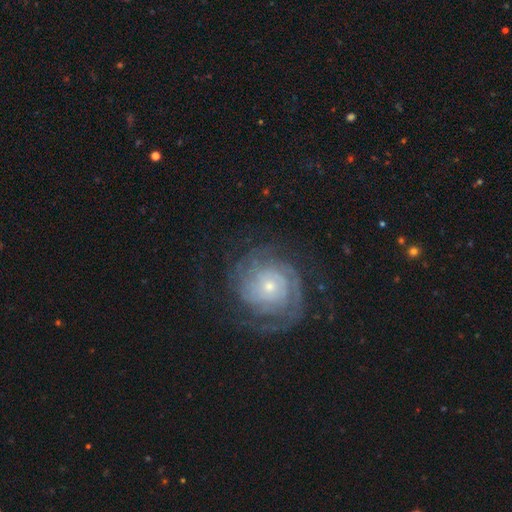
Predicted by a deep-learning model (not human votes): Smooth or featured? featured or disk (77%)
Edge-on disk? no (97%)
Bar? no (76%)
Spiral arms? yes (97%)
Spiral winding? tight (75%)
Spiral arm count? can't tell (28%)
Bulge size? small (62%)
Merging? none (80%)